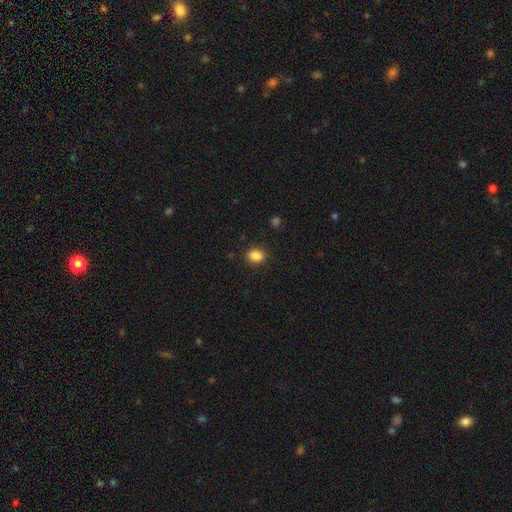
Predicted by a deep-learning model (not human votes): Smooth or featured? smooth (87%)
How rounded? in between (57%)
Merging? none (87%)